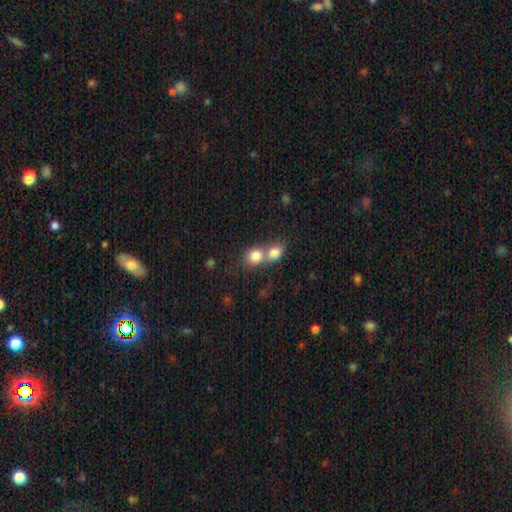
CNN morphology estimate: A smooth galaxy with no disk features (79%) that is round (63%). Merging: merger (67%).